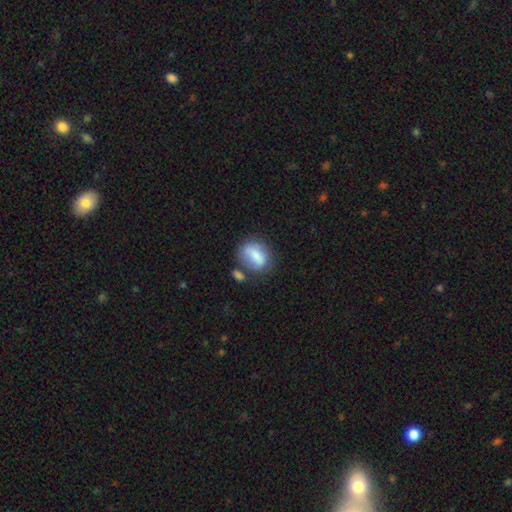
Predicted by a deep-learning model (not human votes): smooth_or_featured: smooth (p=0.76) [alt: featured or disk p=0.17]
how_rounded: in between (p=0.71) [alt: round p=0.25]
merging: none (p=0.52) [alt: minor disturbance p=0.22]